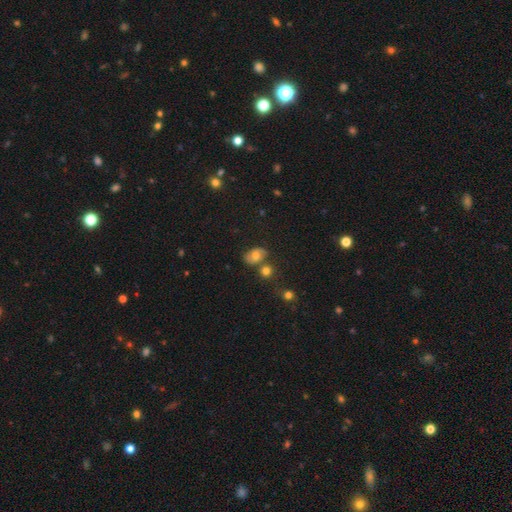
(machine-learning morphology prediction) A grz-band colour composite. It shows a smooth galaxy with no disk features (60%) that is in between round and cigar-shaped (73%). Merging: none (63%).